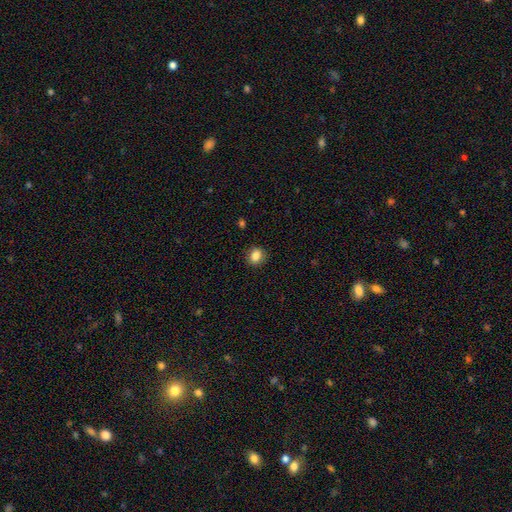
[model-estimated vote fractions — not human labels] Morphology: type=smooth (86%); roundness=round (64%); merging=none (88%).